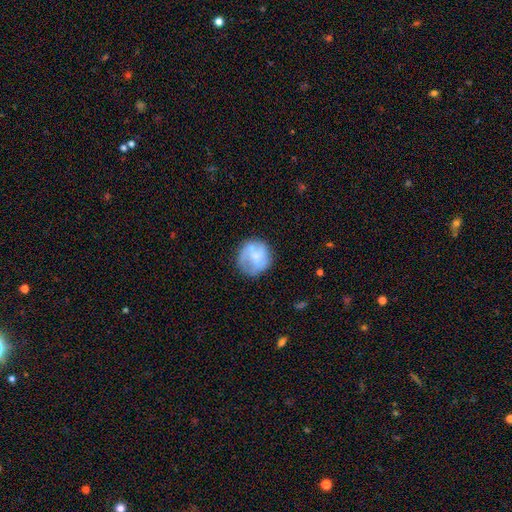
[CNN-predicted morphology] Smooth or featured? Predicted: smooth (p=0.55). How rounded? Predicted: round (p=0.88). Merging? Predicted: none (p=0.60).